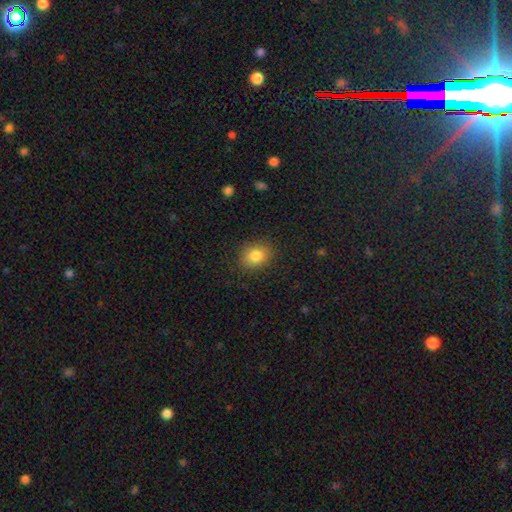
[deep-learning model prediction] Smooth or featured?
  - smooth: 82% *
  - star or artifact: 10%
  - featured or disk: 8%
How rounded?
  - in between: 52% *
  - round: 47%
  - cigar-shaped: 1%
Merging?
  - none: 86% *
  - minor disturbance: 10%
  - major disturbance: 3%
  - merger: 1%